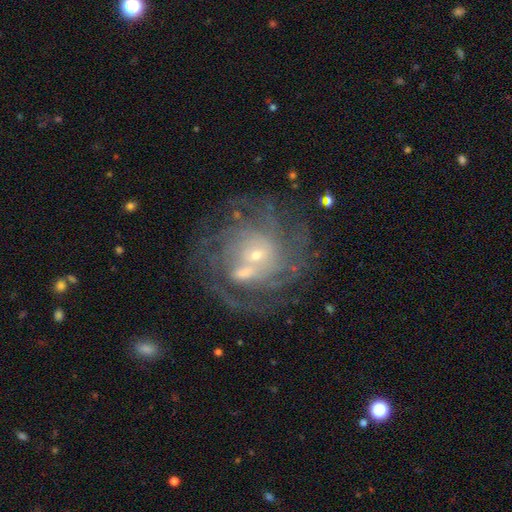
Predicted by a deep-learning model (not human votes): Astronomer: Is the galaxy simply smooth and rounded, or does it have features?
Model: featured or disk — 84%.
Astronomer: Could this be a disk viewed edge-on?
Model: no — 97%.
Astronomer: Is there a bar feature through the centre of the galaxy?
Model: no — 61%.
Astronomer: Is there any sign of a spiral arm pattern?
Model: yes — 92%.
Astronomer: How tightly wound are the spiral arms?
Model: tight — 63%.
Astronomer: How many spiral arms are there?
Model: can't tell — 34% (runner-up: 4, 21%).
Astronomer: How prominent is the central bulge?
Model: small — 68%.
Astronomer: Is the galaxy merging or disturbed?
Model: none — 59%.